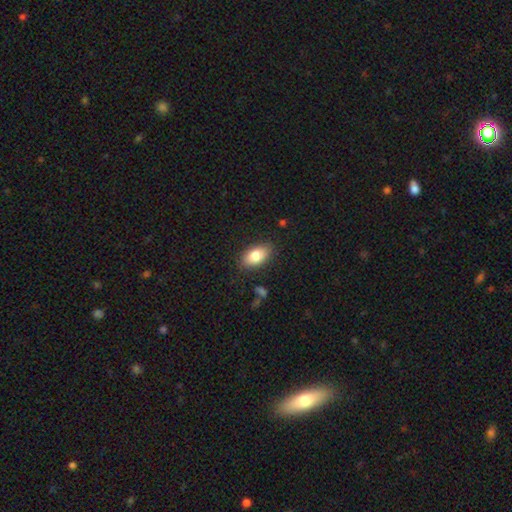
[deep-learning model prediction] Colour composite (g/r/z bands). It shows a smooth galaxy with no disk features (82%) that is in between round and cigar-shaped (91%). Merging: none (84%).